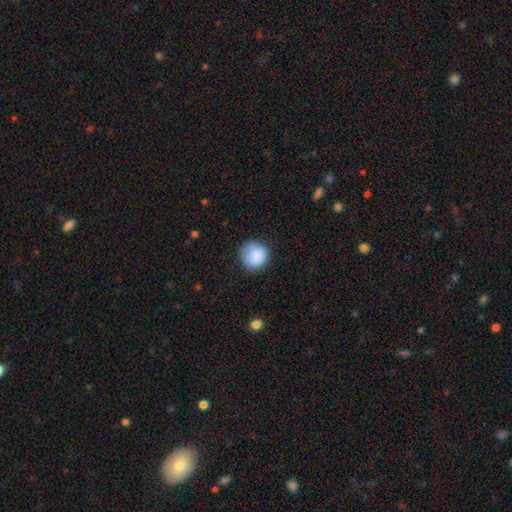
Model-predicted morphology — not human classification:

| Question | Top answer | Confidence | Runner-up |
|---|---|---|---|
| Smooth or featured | smooth | 87% | star or artifact (8%) |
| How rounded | round | 89% | in between (10%) |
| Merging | none | 74% | minor disturbance (19%) |